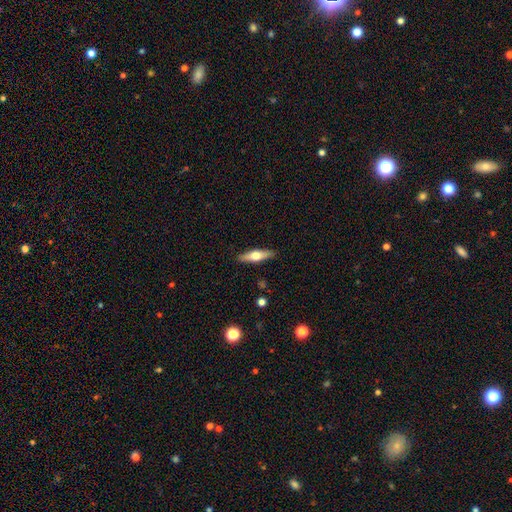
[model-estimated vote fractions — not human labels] Smooth or featured? featured or disk (48%)
Merging? none (90%)